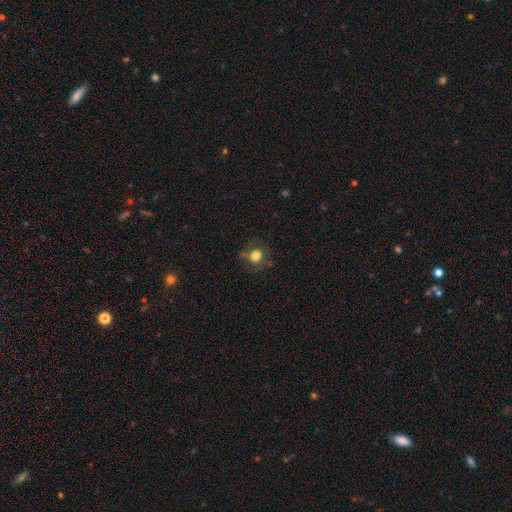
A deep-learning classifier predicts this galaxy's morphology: A smooth galaxy with no disk features (69%) that is round (71%). Merging: none (65%).